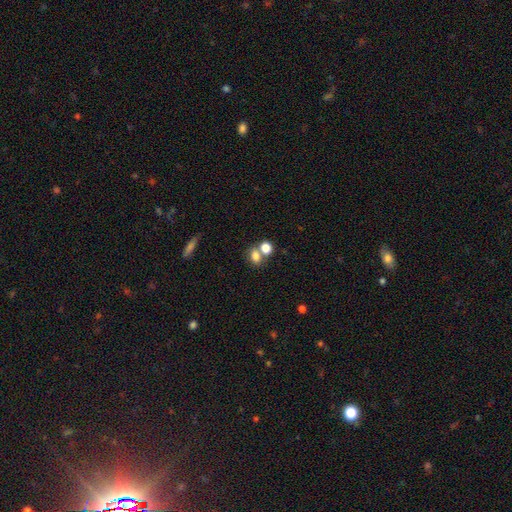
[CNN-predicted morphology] This appears to be a smooth galaxy with no disk features (78%) that is in between round and cigar-shaped (56%). Merging: merger (44%).